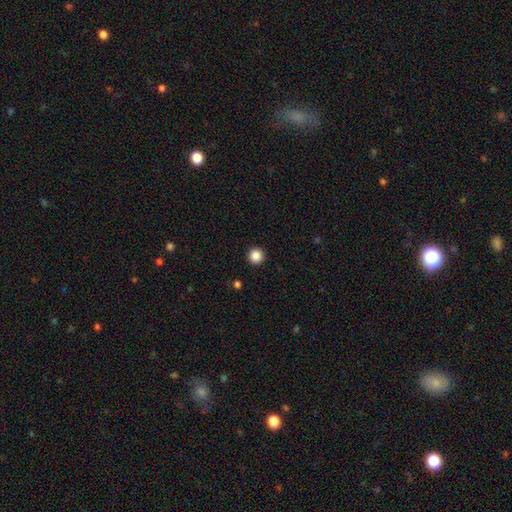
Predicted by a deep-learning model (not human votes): Overall: smooth (88%). How rounded: round (96%). Merging: none (94%).